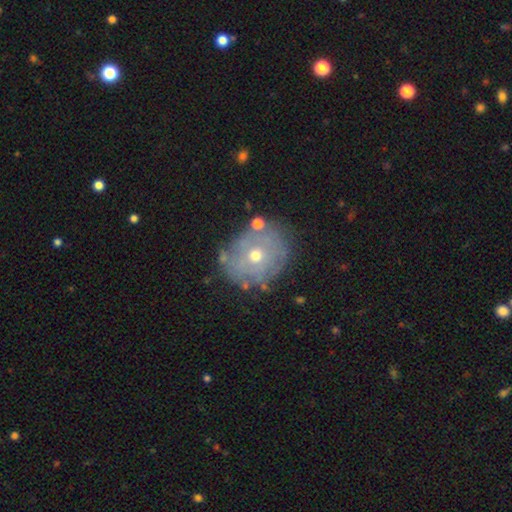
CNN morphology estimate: Overall: featured or disk (56%; smooth 35%). Edge-on disk: no (96%). Bar: no (86%). Spiral arms: no (61%; yes 39%). Bulge size: moderate (59%; small 37%). Merging: none (73%).